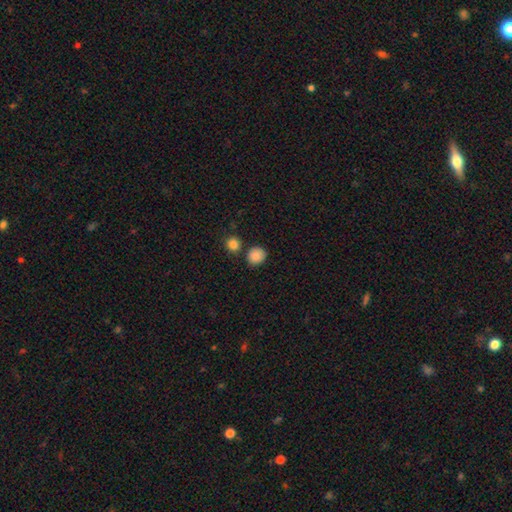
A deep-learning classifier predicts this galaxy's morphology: smooth-or-featured: smooth: 86% | star or artifact: 10% | featured or disk: 4%
  how-rounded: round: 77% | in between: 22% | cigar-shaped: 1%
  merging: none: 75% | merger: 11% | minor disturbance: 11% | major disturbance: 3%